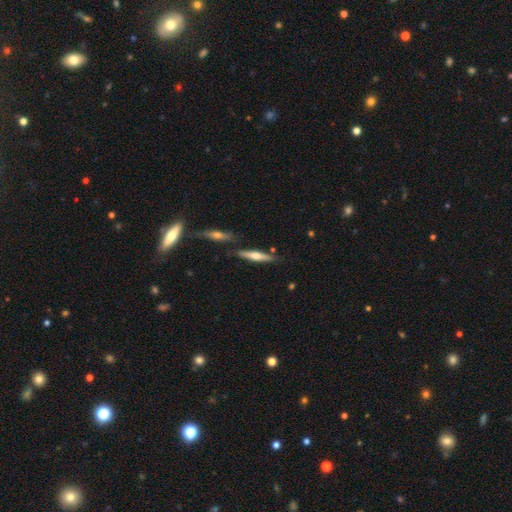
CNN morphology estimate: A featured or disk galaxy (50%) viewed edge-on (94%).

Vote fractions:
- Smooth or featured? featured or disk: 50% / smooth: 44% / star or artifact: 6%
- Edge-on disk? yes: 94% / no: 6%
- Merging? none: 78% / minor disturbance: 11% / merger: 9% / major disturbance: 2%